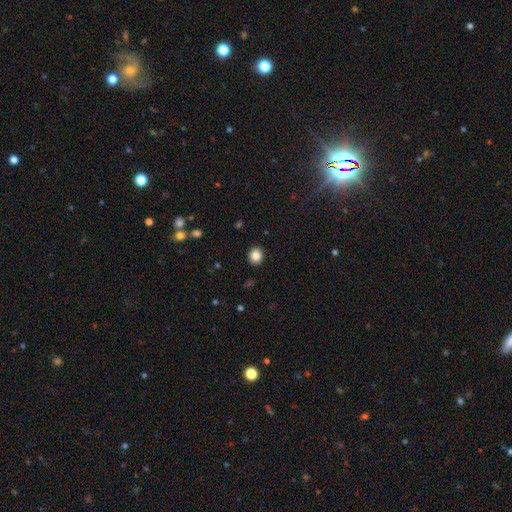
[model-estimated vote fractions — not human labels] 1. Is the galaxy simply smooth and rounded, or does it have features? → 85% smooth, 10% star or artifact, 5% featured or disk.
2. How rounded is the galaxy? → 81% round, 18% in between, 1% cigar-shaped.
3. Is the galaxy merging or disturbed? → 92% none, 6% minor disturbance, 2% major disturbance, 1% merger.